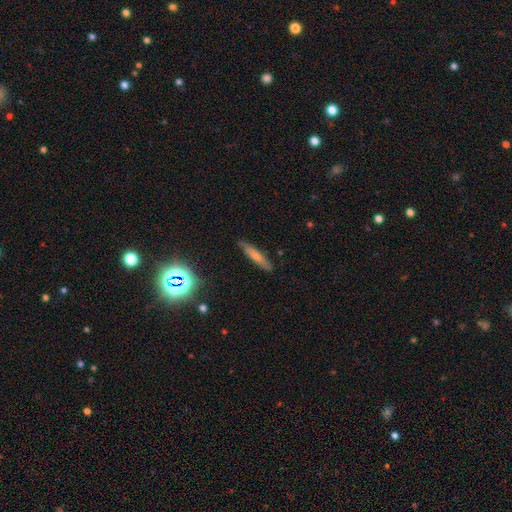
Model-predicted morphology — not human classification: type=smooth (63%); roundness=cigar-shaped (88%); merging=none (85%).